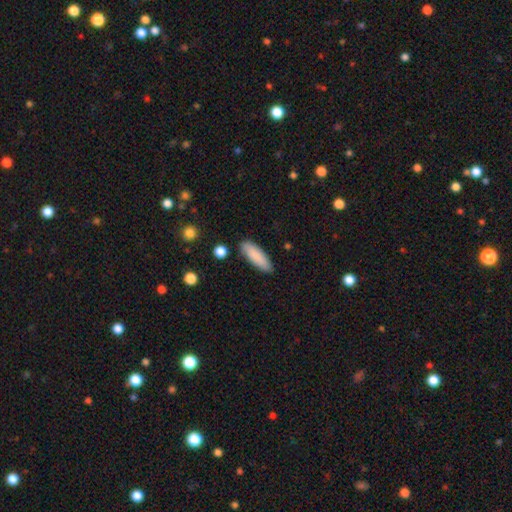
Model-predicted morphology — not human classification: A smooth galaxy with no disk features (87%) that is in between round and cigar-shaped (50%).

Vote fractions:
- Smooth or featured? smooth: 87% / featured or disk: 7% / star or artifact: 6%
- How rounded? in between: 50% / cigar-shaped: 48% / round: 2%
- Merging? none: 86% / minor disturbance: 10% / major disturbance: 2% / merger: 2%